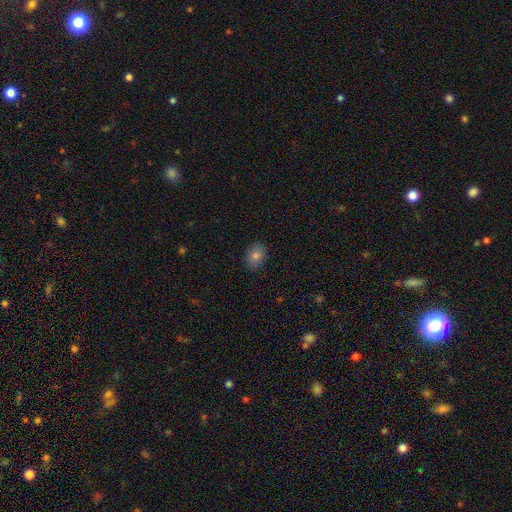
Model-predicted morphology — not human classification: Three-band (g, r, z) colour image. It shows a smooth galaxy with no disk features (78%) that is in between round and cigar-shaped (62%). Merging: none (87%).